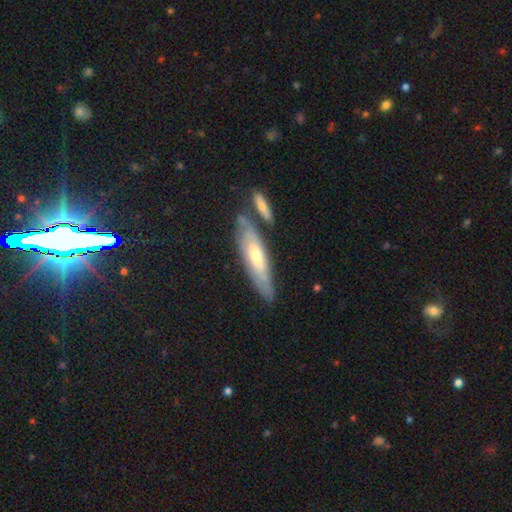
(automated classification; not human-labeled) smooth-or-featured: featured or disk: 54% | smooth: 40% | star or artifact: 6%
  disk-edge-on: no: 50% (tied) | yes: 50% (tied)
  merging: none: 67% | minor disturbance: 16% | merger: 13% | major disturbance: 4%